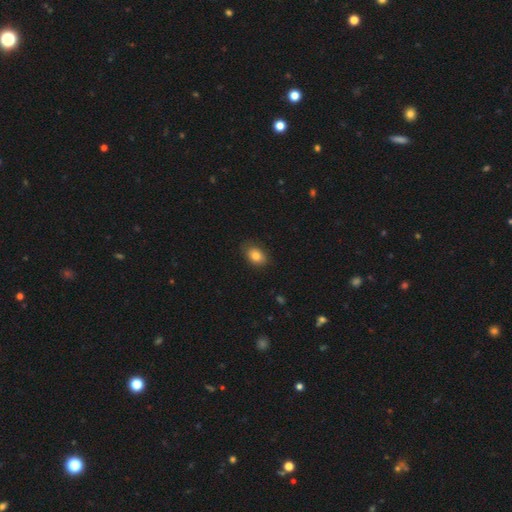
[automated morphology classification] The model was most divided on "how rounded": in between: 80%, round: 19%, cigar-shaped: 1%. More confident: smooth or featured — smooth (83%); merging — none (82%).